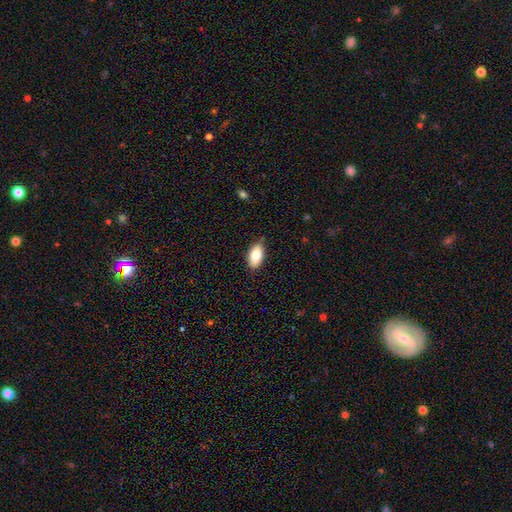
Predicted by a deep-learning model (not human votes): Q: Smooth or featured?
A: smooth (78%); runner-up: featured or disk (15%)
Q: How rounded?
A: in between (92%); runner-up: round (5%)
Q: Merging?
A: none (82%); runner-up: minor disturbance (14%)